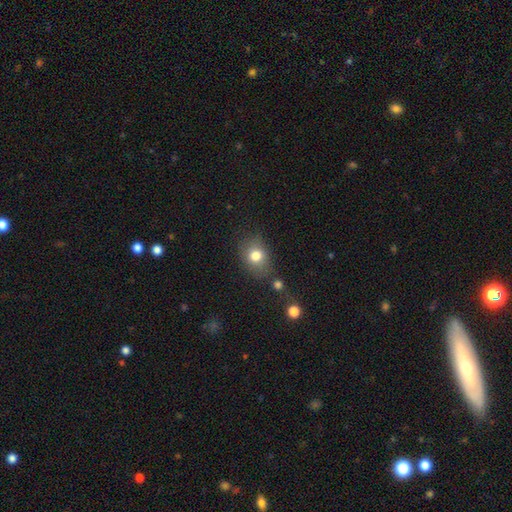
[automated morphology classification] Smooth or featured? Predicted: smooth (p=0.78). How rounded? Predicted: round (p=0.50). Merging? Predicted: none (p=0.67).